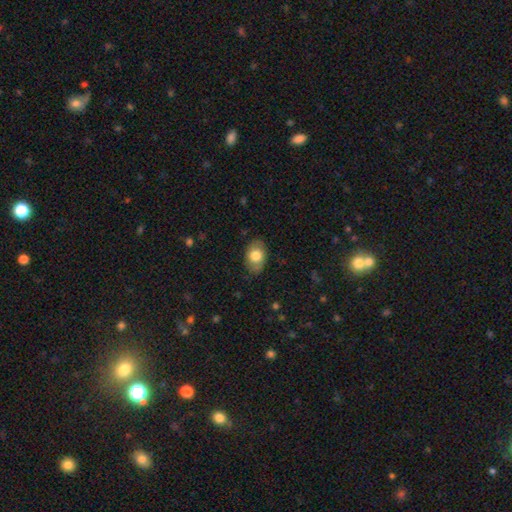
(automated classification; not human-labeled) smooth 73%, featured or disk 20%, star or artifact 7%. Down the decision tree: how rounded — in between (82%); merging — none (79%).